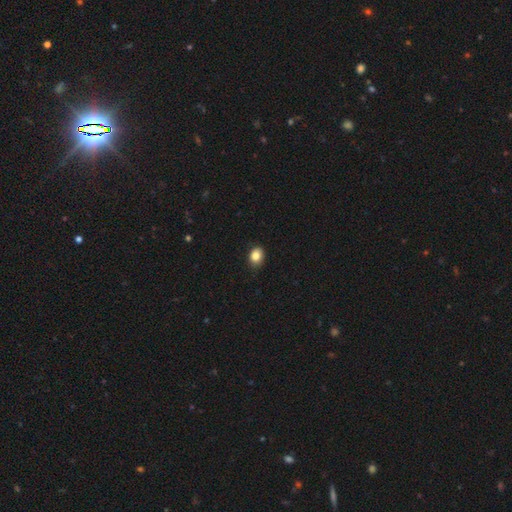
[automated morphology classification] Smooth or featured?
  - smooth: 86% *
  - star or artifact: 9%
  - featured or disk: 5%
How rounded?
  - in between: 58% *
  - round: 41%
  - cigar-shaped: 1%
Merging?
  - none: 87% *
  - minor disturbance: 10%
  - major disturbance: 2%
  - merger: 1%